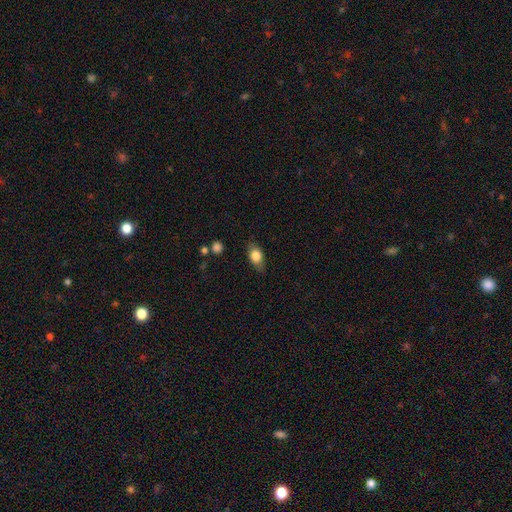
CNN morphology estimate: A smooth galaxy with no disk features (76%) that is in between round and cigar-shaped (80%). Merging: none (79%).